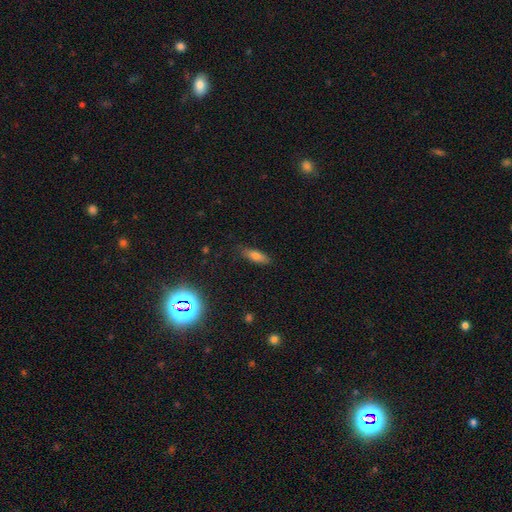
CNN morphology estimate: smooth 73%, featured or disk 16%, star or artifact 11%. Down the decision tree: how rounded — in between (57%); merging — none (81%).